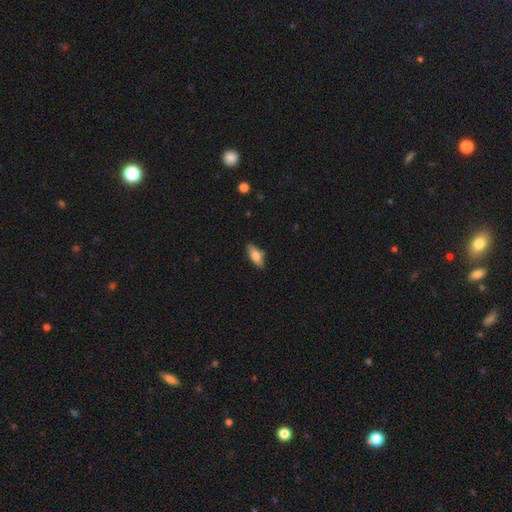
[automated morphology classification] A smooth galaxy with no disk features (74%) that is in between round and cigar-shaped (77%).

Vote fractions:
- Smooth or featured? smooth: 74% / featured or disk: 19% / star or artifact: 7%
- How rounded? in between: 77% / cigar-shaped: 20% / round: 3%
- Merging? none: 83% / minor disturbance: 13% / major disturbance: 2% / merger: 2%